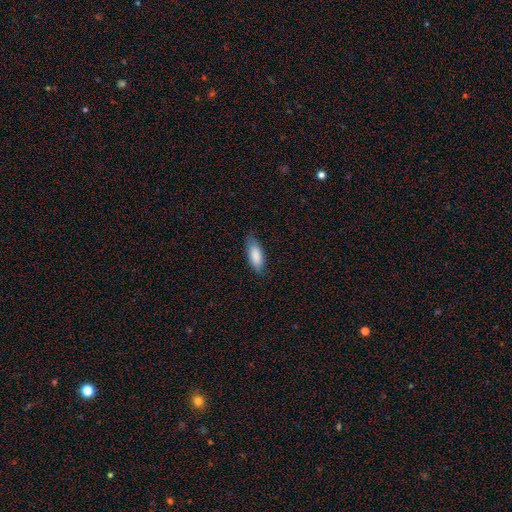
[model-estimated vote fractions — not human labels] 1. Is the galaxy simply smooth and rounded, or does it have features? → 85% smooth, 9% featured or disk, 6% star or artifact.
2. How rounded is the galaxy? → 71% in between, 28% cigar-shaped, 2% round.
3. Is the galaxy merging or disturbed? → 77% none, 19% minor disturbance, 3% major disturbance, 1% merger.